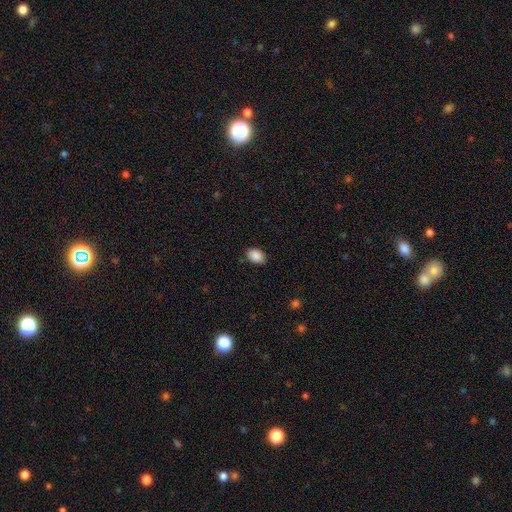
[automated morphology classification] Q: Smooth or featured?
A: smooth (89%); runner-up: star or artifact (8%)
Q: How rounded?
A: in between (83%); runner-up: round (16%)
Q: Merging?
A: none (85%); runner-up: minor disturbance (11%)